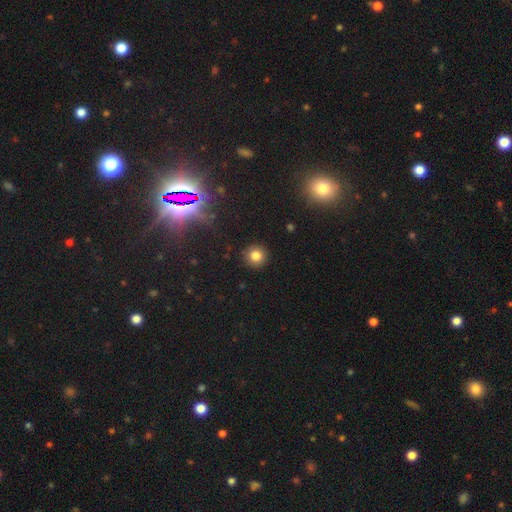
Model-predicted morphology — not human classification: Smooth or featured: smooth — 80% (star or artifact — 13%)
How rounded: round — 94% (in between — 5%)
Merging: none — 91% (minor disturbance — 6%)